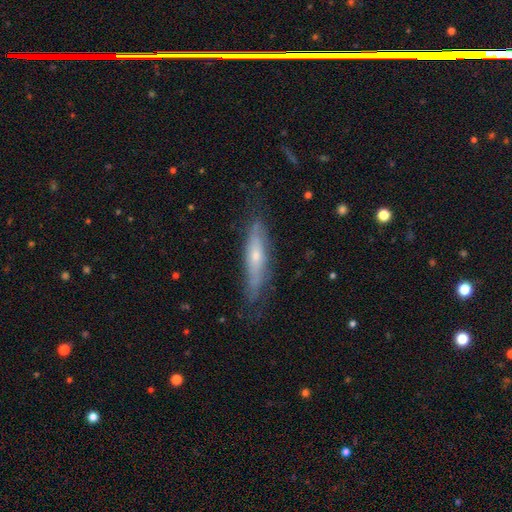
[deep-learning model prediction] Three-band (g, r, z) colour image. It shows a featured or disk galaxy (56%) viewed edge-on (63%). Merging: none (73%).